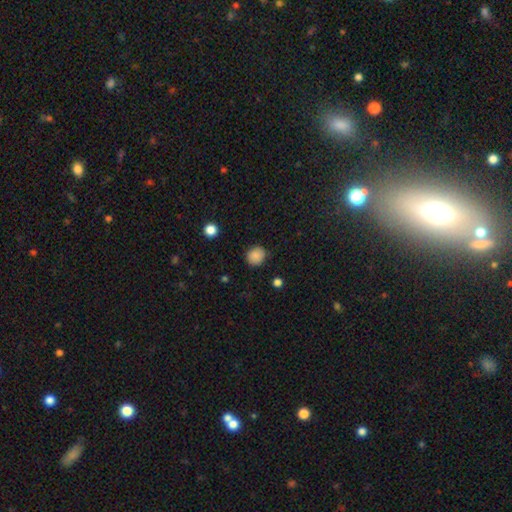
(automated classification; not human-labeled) Morphology: type=smooth (87%); roundness=round (83%); merging=none (85%).